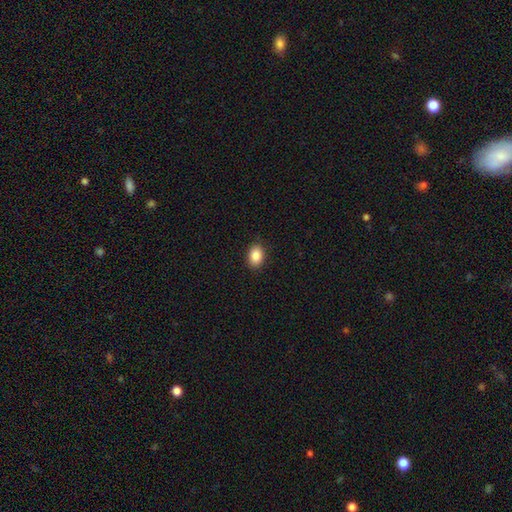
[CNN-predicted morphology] This is clearly a smooth galaxy (87%). How rounded: likely in between (79%). Merging: clearly none (88%).